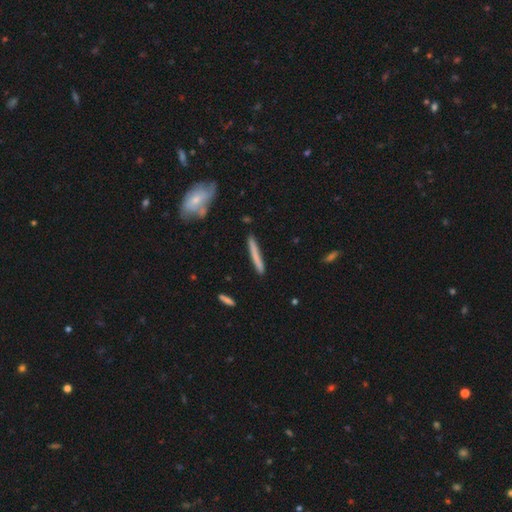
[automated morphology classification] smooth_or_featured: smooth (p=0.63) [alt: featured or disk p=0.31]
how_rounded: cigar-shaped (p=0.96) [alt: in between p=0.03]
merging: none (p=0.86) [alt: minor disturbance p=0.10]